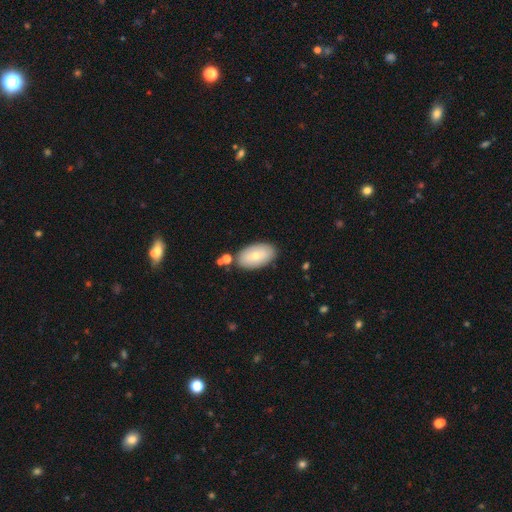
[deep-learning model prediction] smooth_or_featured: smooth (p=0.70) [alt: featured or disk p=0.23]
how_rounded: in between (p=0.95) [alt: round p=0.04]
merging: none (p=0.82) [alt: minor disturbance p=0.11]